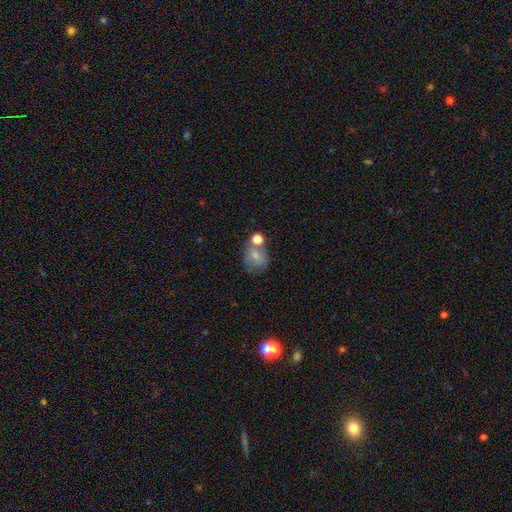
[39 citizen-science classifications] Smooth or featured? 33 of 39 (85%) said smooth. How rounded? 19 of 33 (58%) said round. Merging? 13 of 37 (35%) said merger.